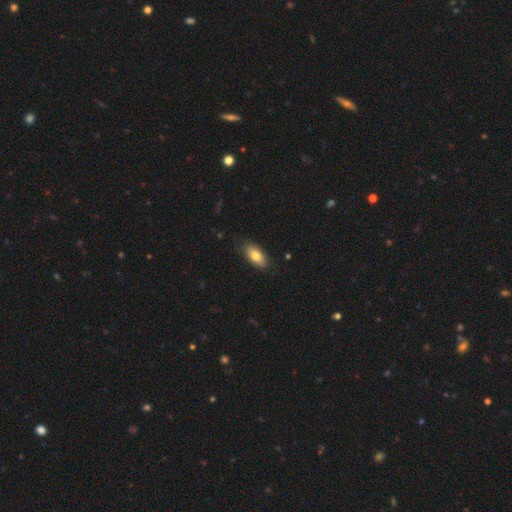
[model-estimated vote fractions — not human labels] Q: Smooth or featured?
A: smooth (78%); runner-up: featured or disk (16%)
Q: How rounded?
A: in between (87%); runner-up: cigar-shaped (9%)
Q: Merging?
A: none (82%); runner-up: minor disturbance (14%)